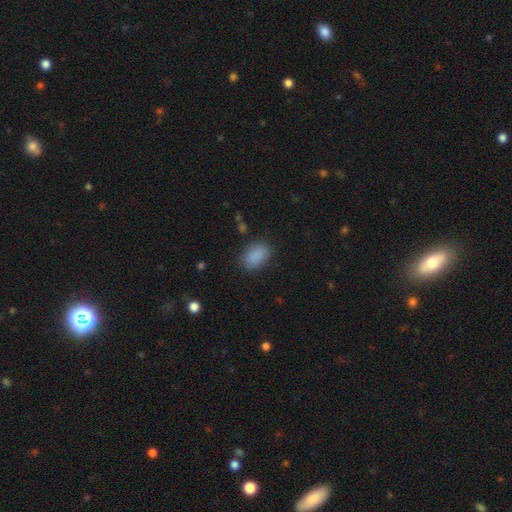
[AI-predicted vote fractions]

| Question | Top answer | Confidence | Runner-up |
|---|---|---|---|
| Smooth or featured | smooth | 88% | star or artifact (8%) |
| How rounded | in between | 86% | round (13%) |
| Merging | none | 82% | minor disturbance (12%) |